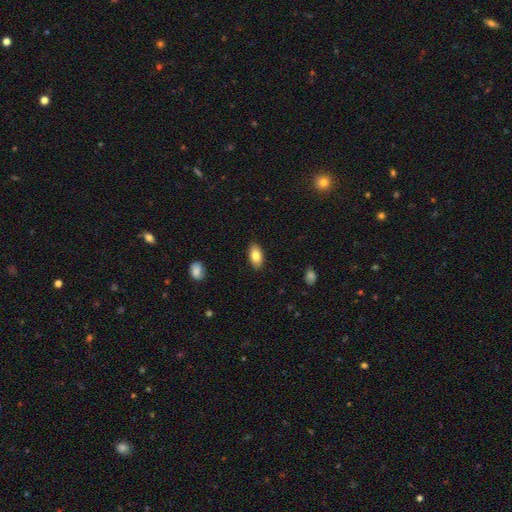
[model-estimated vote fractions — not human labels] A smooth galaxy with no disk features (83%) that is in between round and cigar-shaped (92%). Merging: none (89%).